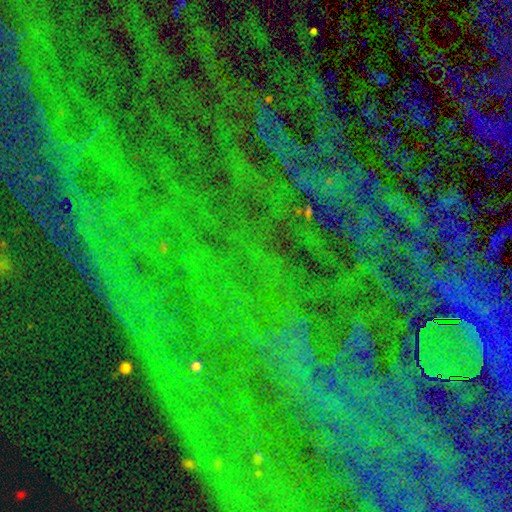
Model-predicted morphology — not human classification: Overall: star or artifact (85%).